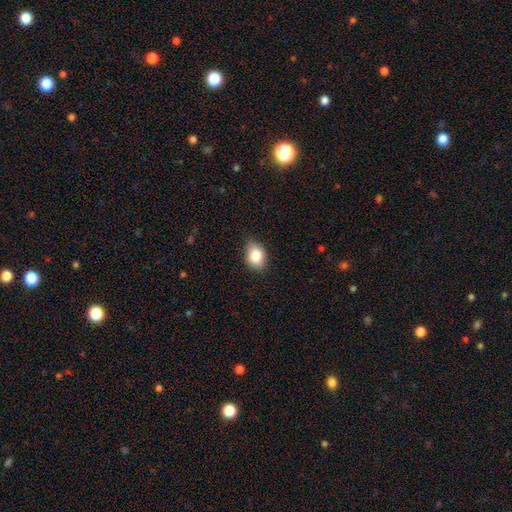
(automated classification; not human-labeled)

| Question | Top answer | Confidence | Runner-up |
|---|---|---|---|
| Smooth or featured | smooth | 84% | star or artifact (8%) |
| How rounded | in between | 70% | round (28%) |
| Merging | none | 84% | minor disturbance (13%) |